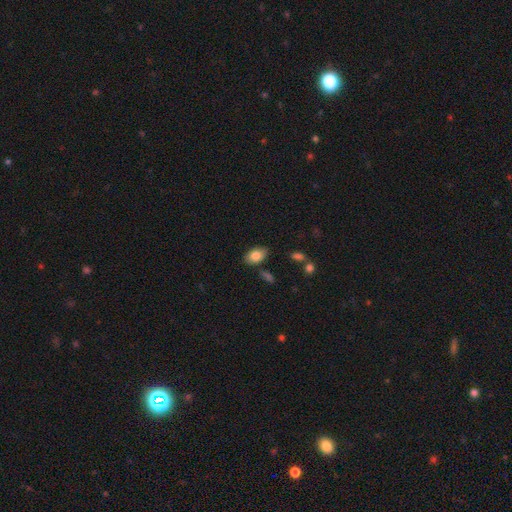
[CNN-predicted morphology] Smooth or featured: smooth — 83% (featured or disk — 10%)
How rounded: in between — 90% (round — 8%)
Merging: none — 81% (minor disturbance — 13%)